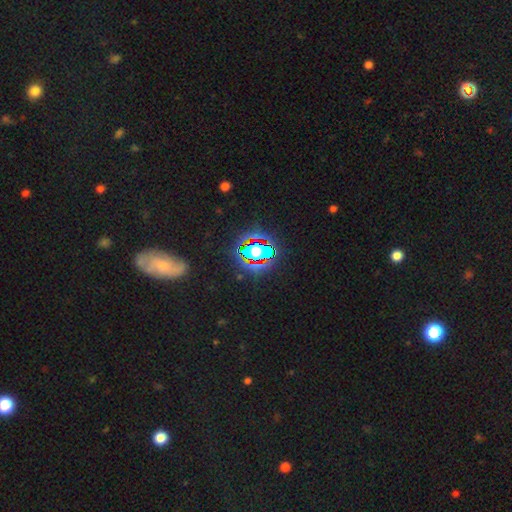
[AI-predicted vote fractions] Smooth or featured?
  - star or artifact: 71% *
  - smooth: 16%
  - featured or disk: 13%